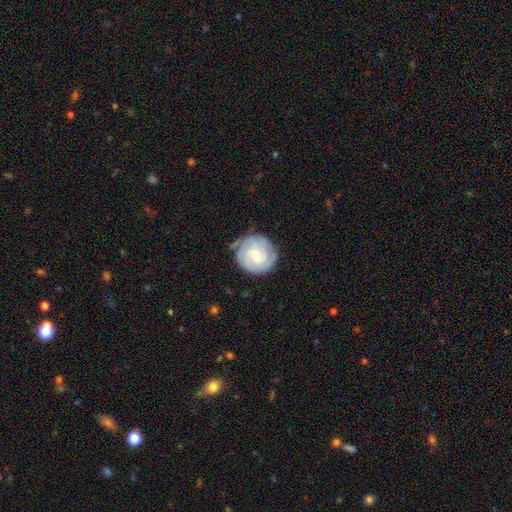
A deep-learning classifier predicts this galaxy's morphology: This appears to be a featured or disk galaxy (73%) with no bar (49%), tight (75%) spiral arms (93%) and a small central bulge (49%). Merging: none (76%).